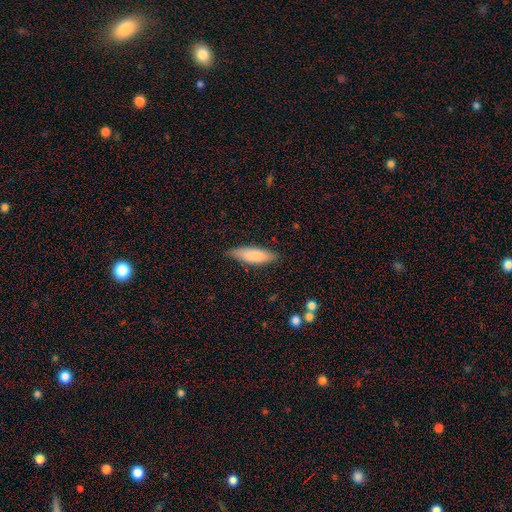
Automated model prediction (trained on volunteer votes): This appears to be a smooth galaxy with no disk features (84%) that is cigar-shaped (52%). Merging: none (83%).